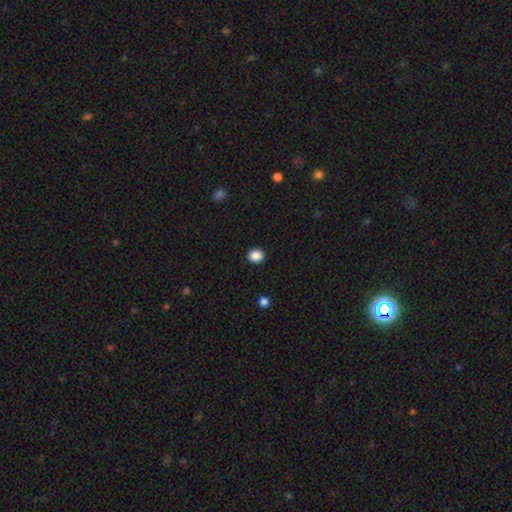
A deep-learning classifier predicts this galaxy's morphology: smooth-or-featured: smooth: 88% | star or artifact: 10% | featured or disk: 3%
  how-rounded: round: 73% | in between: 26% | cigar-shaped: 1%
  merging: none: 91% | minor disturbance: 6% | major disturbance: 2% | merger: 1%